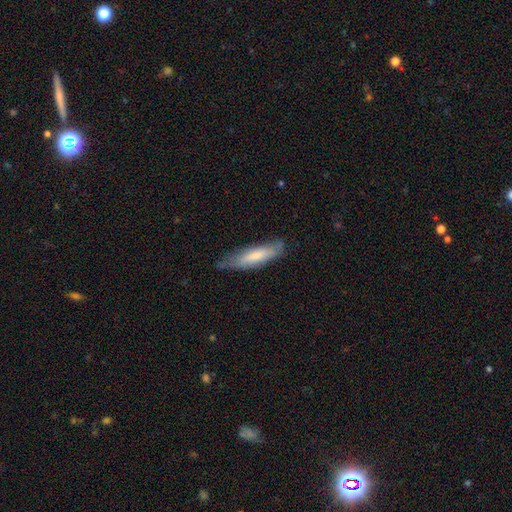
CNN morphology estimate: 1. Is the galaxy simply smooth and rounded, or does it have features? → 66% smooth, 28% featured or disk, 6% star or artifact.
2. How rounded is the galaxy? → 70% cigar-shaped, 29% in between, 1% round.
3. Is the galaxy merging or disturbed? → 65% none, 27% minor disturbance, 6% major disturbance, 2% merger.